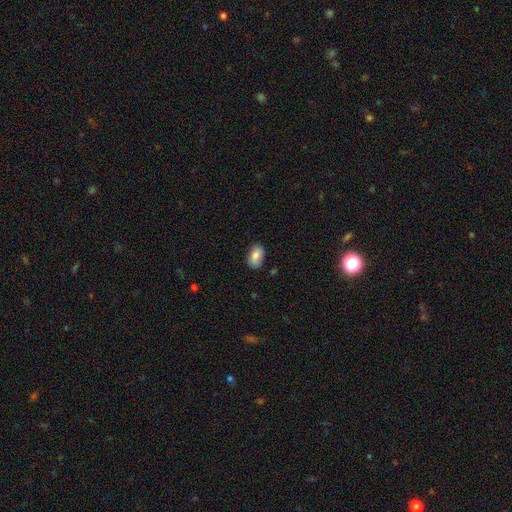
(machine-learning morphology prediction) smooth 84%, featured or disk 9%, star or artifact 7%. Down the decision tree: how rounded — in between (92%); merging — none (82%).